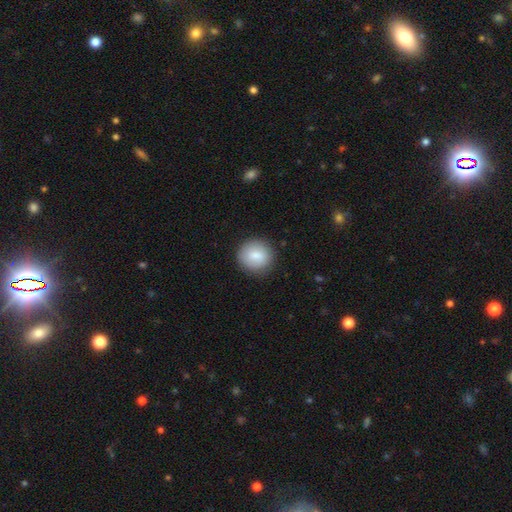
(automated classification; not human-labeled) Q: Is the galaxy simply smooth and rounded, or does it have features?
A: smooth — 84%.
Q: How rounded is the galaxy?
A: round — 88%.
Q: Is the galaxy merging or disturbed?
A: none — 87%.